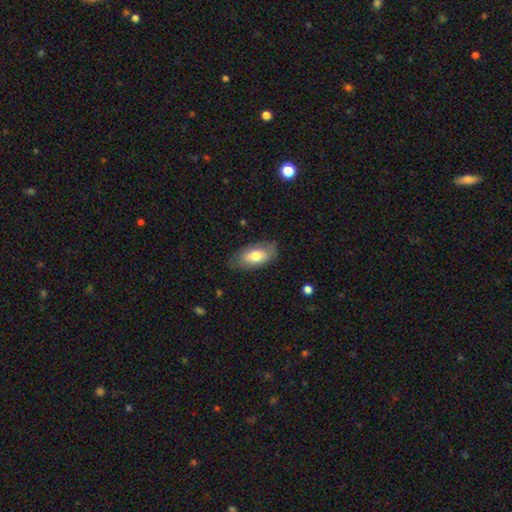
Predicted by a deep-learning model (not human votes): A smooth galaxy with no disk features (69%) that is in between round and cigar-shaped (92%). Merging: none (75%).